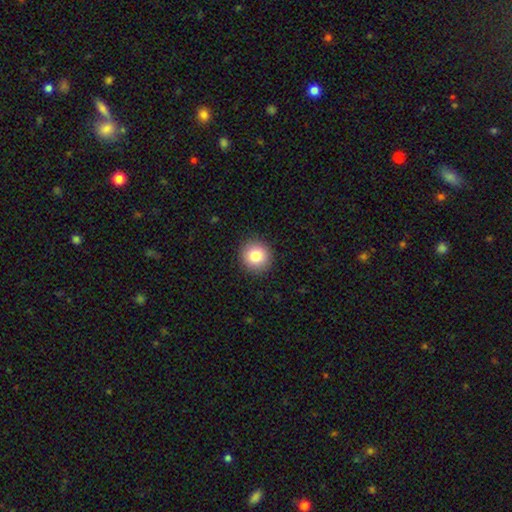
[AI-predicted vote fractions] smooth_or_featured: smooth (p=0.82) [alt: star or artifact p=0.10]
how_rounded: round (p=0.93) [alt: in between p=0.06]
merging: none (p=0.92) [alt: minor disturbance p=0.05]